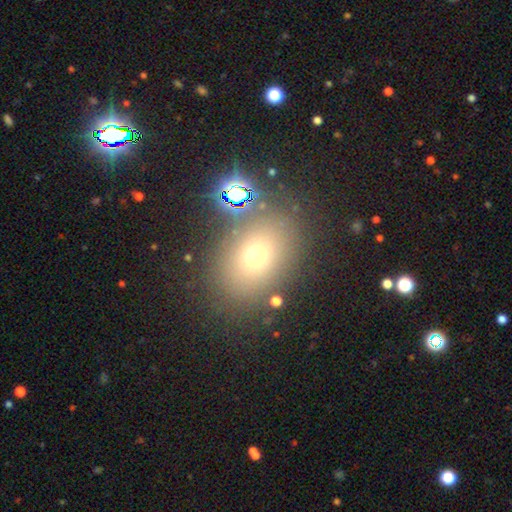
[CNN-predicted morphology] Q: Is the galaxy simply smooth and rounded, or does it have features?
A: smooth — 66%.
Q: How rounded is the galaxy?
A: in between — 61%.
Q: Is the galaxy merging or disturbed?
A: none — 78%.